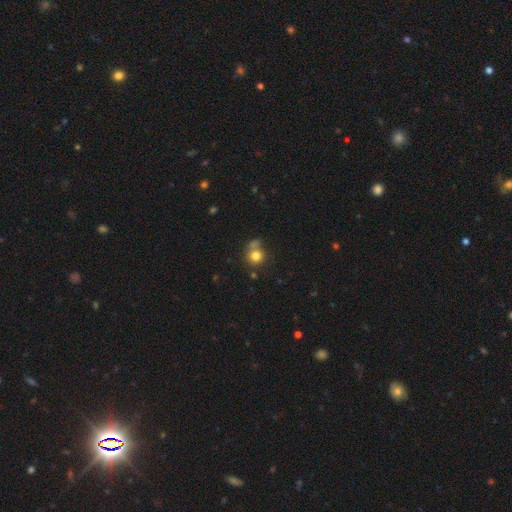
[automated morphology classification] Smooth or featured? smooth (78%)
How rounded? round (87%)
Merging? none (56%)